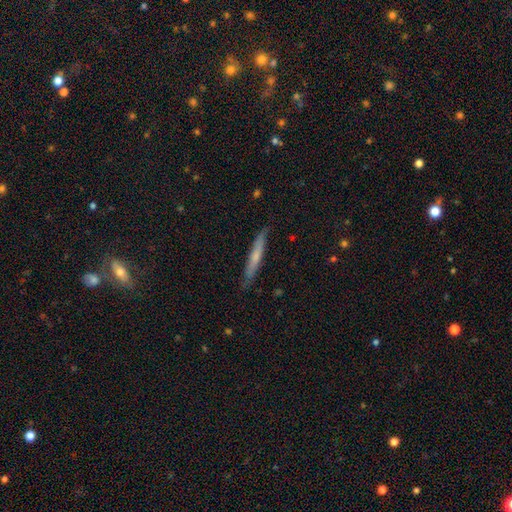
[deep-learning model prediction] Morphology: type=smooth (51%); roundness=cigar-shaped (95%); merging=none (84%).